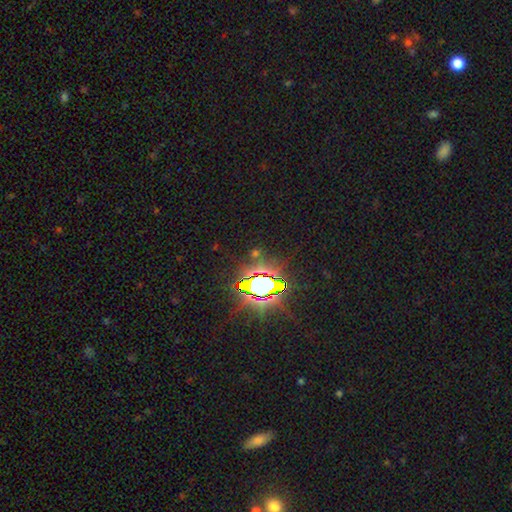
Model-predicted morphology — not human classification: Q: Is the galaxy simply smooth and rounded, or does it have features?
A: star or artifact — 80%.